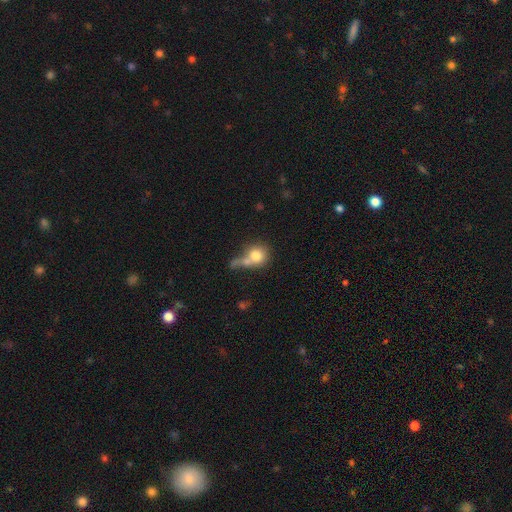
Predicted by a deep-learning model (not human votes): A smooth galaxy with no disk features (76%) that is round (77%).

Vote fractions:
- Smooth or featured? smooth: 76% / featured or disk: 15% / star or artifact: 9%
- How rounded? round: 77% / in between: 21% / cigar-shaped: 2%
- Merging? merger: 41% / none: 30% / major disturbance: 15% / minor disturbance: 14%